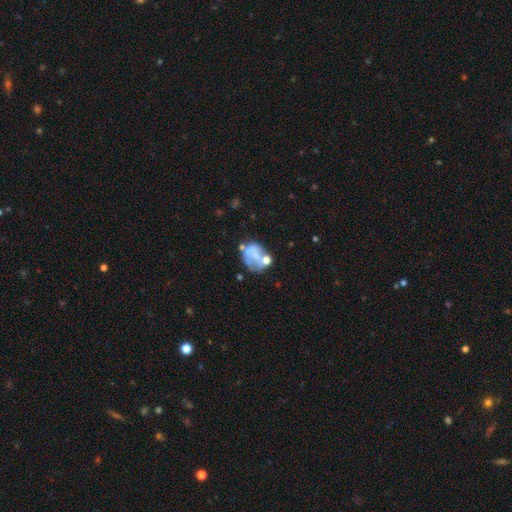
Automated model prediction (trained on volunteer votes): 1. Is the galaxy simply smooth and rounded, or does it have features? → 49% featured or disk, 39% smooth, 12% star or artifact.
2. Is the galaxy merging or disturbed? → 35% none, 24% major disturbance, 21% merger, 20% minor disturbance.